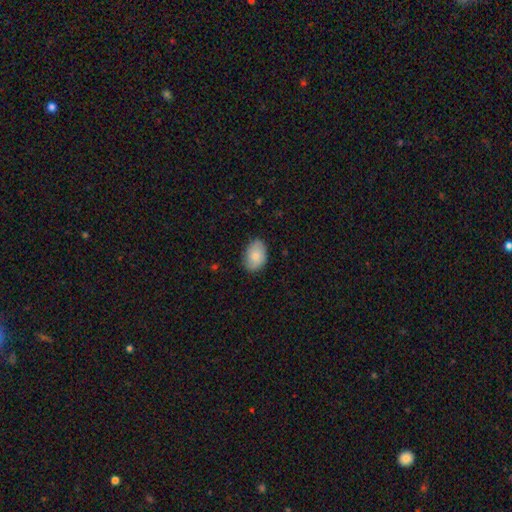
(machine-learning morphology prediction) This is likely a smooth galaxy (77%). How rounded: clearly in between (82%). Merging: clearly none (81%).